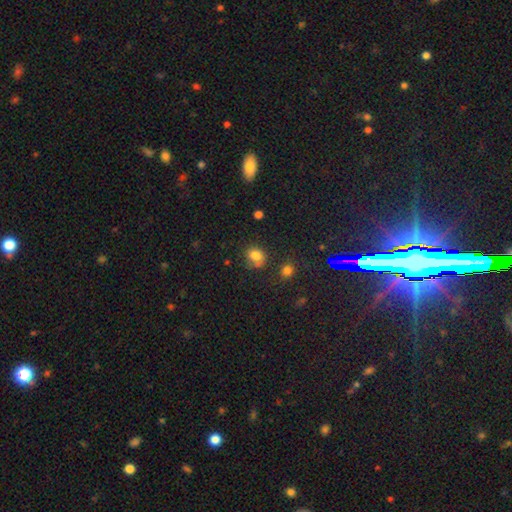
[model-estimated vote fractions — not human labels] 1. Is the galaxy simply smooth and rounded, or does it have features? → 77% smooth, 14% star or artifact, 9% featured or disk.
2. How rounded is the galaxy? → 58% round, 41% in between, 1% cigar-shaped.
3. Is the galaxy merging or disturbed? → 58% none, 21% minor disturbance, 12% merger, 8% major disturbance.